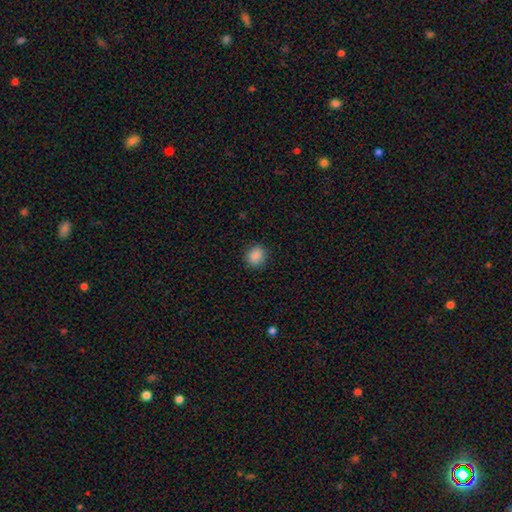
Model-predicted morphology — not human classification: A smooth galaxy with no disk features (87%) that is round (82%). Merging: none (90%).